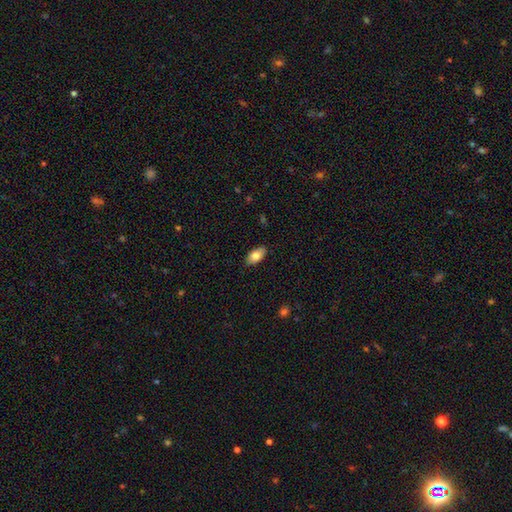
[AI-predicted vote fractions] Smooth or featured? smooth (82%)
How rounded? in between (92%)
Merging? none (86%)